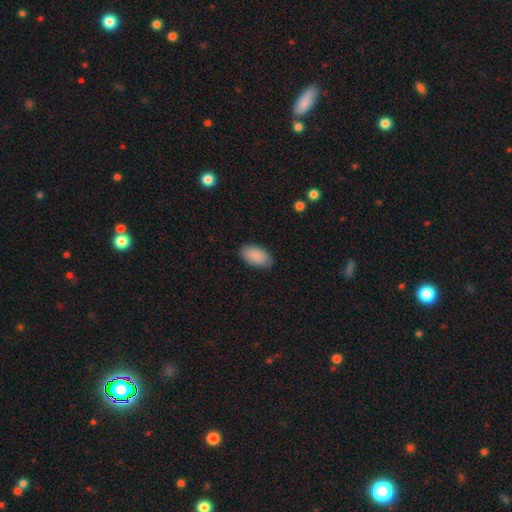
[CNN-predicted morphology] Smooth or featured? Predicted: smooth (p=0.89). How rounded? Predicted: in between (p=0.95). Merging? Predicted: none (p=0.85).